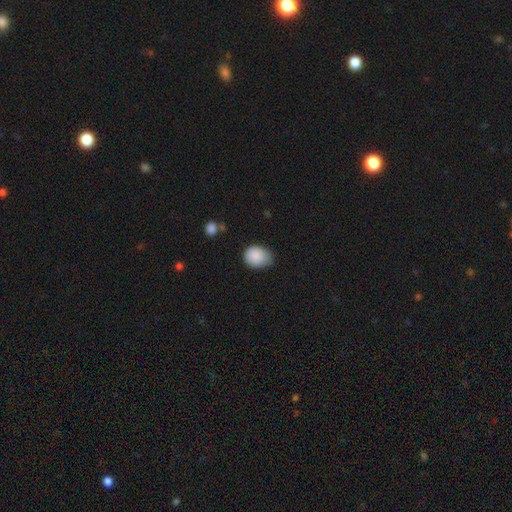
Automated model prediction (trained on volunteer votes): This is clearly a smooth galaxy (87%). How rounded: possibly in between (52%). Merging: possibly none (56%).